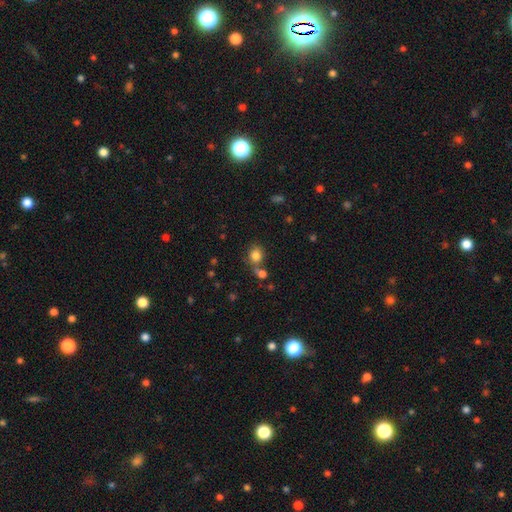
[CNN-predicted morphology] A smooth galaxy with no disk features (81%) that is round (66%).

Vote fractions:
- Smooth or featured? smooth: 81% / star or artifact: 12% / featured or disk: 8%
- How rounded? round: 66% / in between: 33% / cigar-shaped: 1%
- Merging? none: 54% / merger: 30% / minor disturbance: 11% / major disturbance: 5%